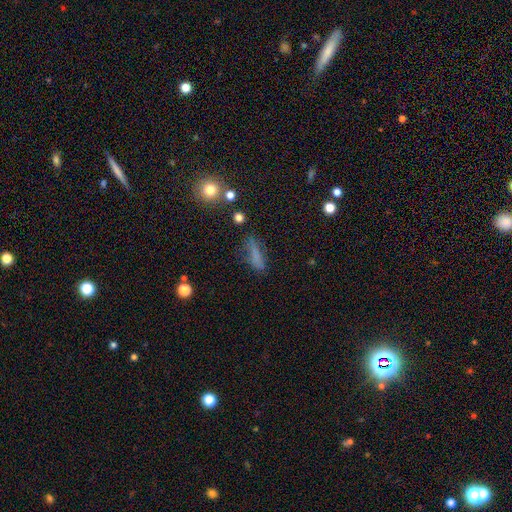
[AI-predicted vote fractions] A smooth galaxy with no disk features (70%) that is cigar-shaped (55%).

Vote fractions:
- Smooth or featured? smooth: 70% / featured or disk: 15% / star or artifact: 14%
- How rounded? cigar-shaped: 55% / in between: 40% / round: 5%
- Merging? none: 62% / minor disturbance: 23% / major disturbance: 11% / merger: 5%